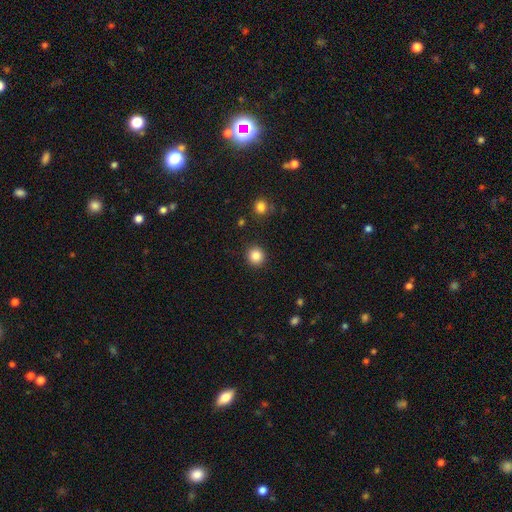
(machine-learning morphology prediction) Q: Smooth or featured?
A: smooth (85%); runner-up: star or artifact (11%)
Q: How rounded?
A: round (92%); runner-up: in between (7%)
Q: Merging?
A: none (91%); runner-up: minor disturbance (5%)